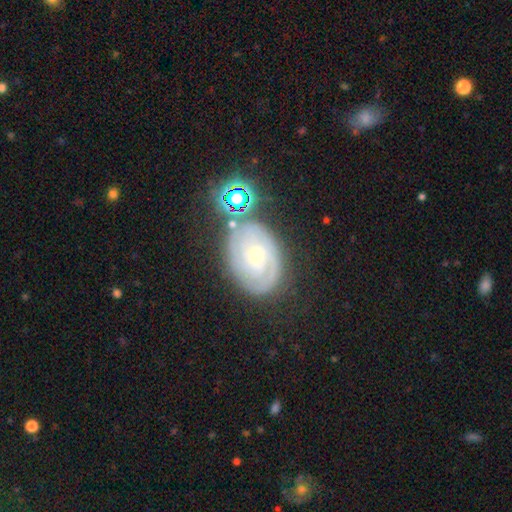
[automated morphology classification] Smooth or featured?
  - featured or disk: 80% *
  - smooth: 10%
  - star or artifact: 10%
Edge-on disk?
  - no: 97% *
  - yes: 3%
Bar?
  - no: 71% *
  - weak: 23%
  - strong: 6%
Spiral arms?
  - yes: 95% *
  - no: 5%
Spiral winding?
  - tight: 75% *
  - medium: 21%
  - loose: 4%
Spiral arm count?
  - 2: 38% *
  - can't tell: 25%
  - 3: 21%
  - 4: 6%
  - 1: 5%
  - more than 4: 4%
Bulge size?
  - small: 62% *
  - moderate: 35%
  - large: 1%
  - none: 1%
  - dominant: 1%
Merging?
  - none: 73% *
  - minor disturbance: 16%
  - major disturbance: 6%
  - merger: 5%